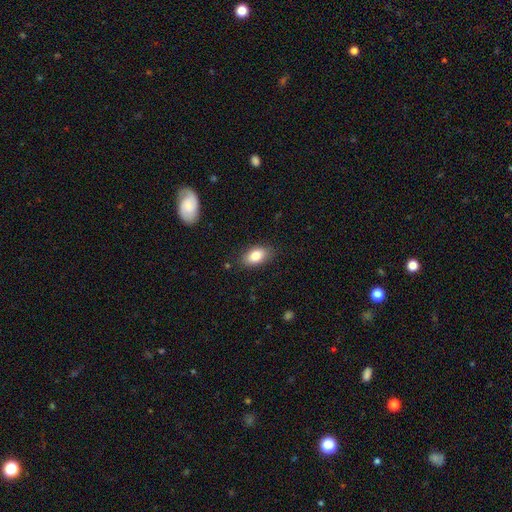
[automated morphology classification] This appears to be a smooth galaxy with no disk features (82%) that is in between round and cigar-shaped (90%). Merging: none (85%).